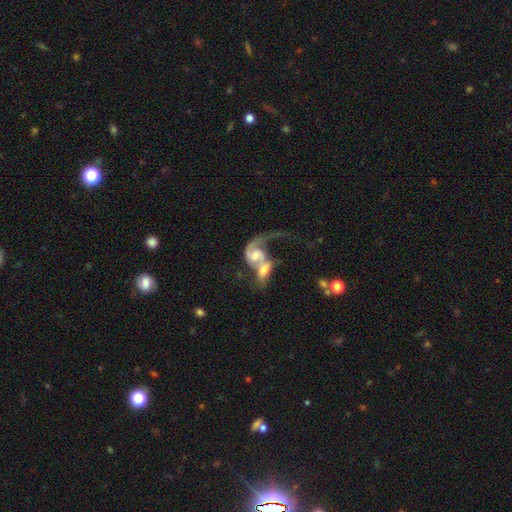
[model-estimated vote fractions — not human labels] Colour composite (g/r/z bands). It shows a featured or disk galaxy (72%) with no bar (56%), 1 (53%) loose (70%) spiral arms (81%) and a moderate central bulge (47%). Merging: merger (77%).